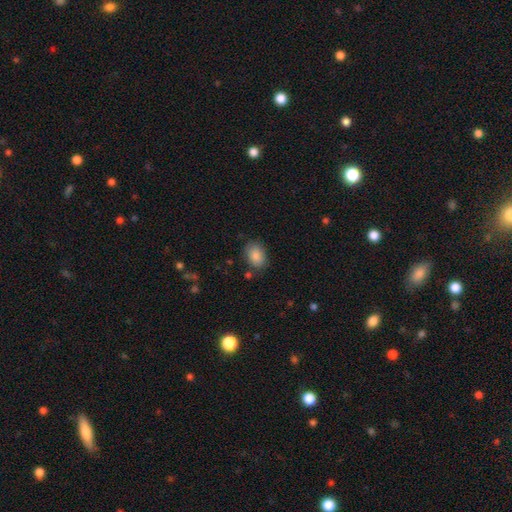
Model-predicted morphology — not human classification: Overall: smooth (87%). How rounded: in between (81%). Merging: none (79%).